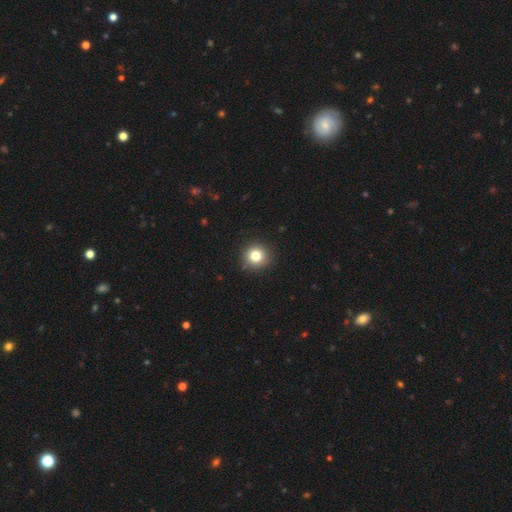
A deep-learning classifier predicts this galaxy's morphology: smooth_or_featured: smooth (p=0.80) [alt: star or artifact p=0.13]
how_rounded: round (p=0.94) [alt: in between p=0.05]
merging: none (p=0.91) [alt: minor disturbance p=0.06]